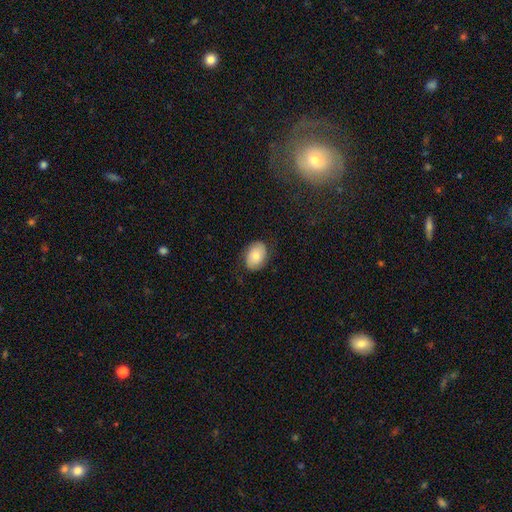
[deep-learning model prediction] Overall: smooth (69%). How rounded: in between (77%). Merging: none (78%).